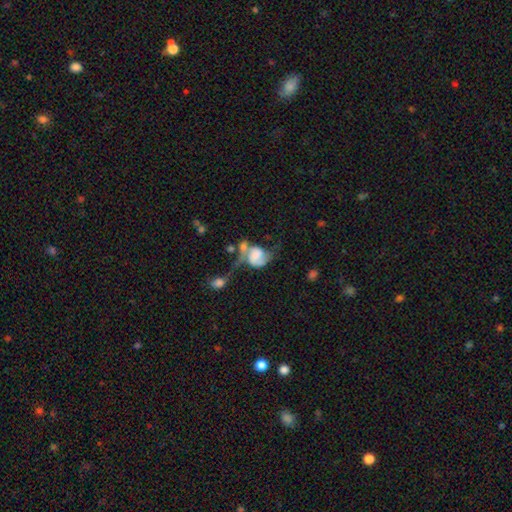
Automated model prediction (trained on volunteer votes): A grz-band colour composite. It shows a featured or disk galaxy (58%) with no bar (67%), spiral arms (79%) and no central bulge (39%). Merging: merger (36%).